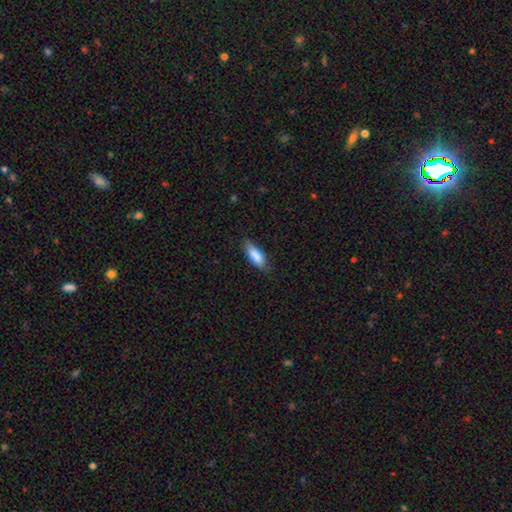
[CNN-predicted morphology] smooth_or_featured: smooth (p=0.85) [alt: featured or disk p=0.09]
how_rounded: in between (p=0.66) [alt: cigar-shaped p=0.32]
merging: none (p=0.79) [alt: minor disturbance p=0.17]